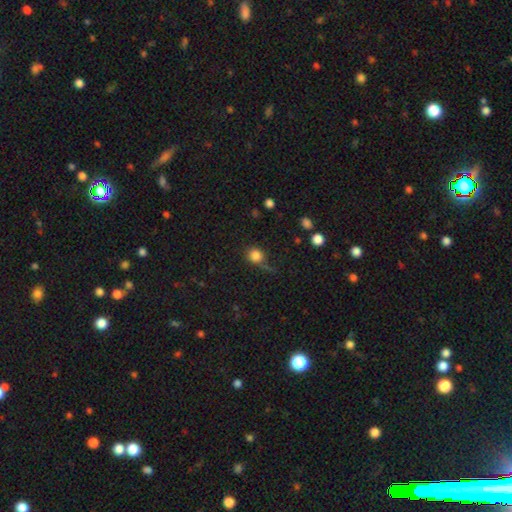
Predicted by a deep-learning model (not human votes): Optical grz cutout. It shows a smooth galaxy with no disk features (83%) that is round (87%). Merging: none (66%).